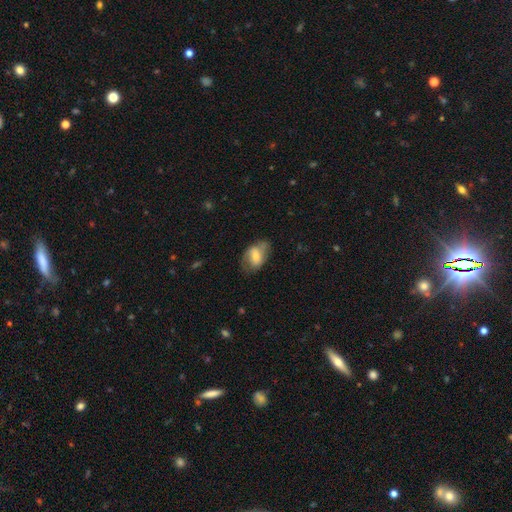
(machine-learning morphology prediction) Smooth or featured?
  - smooth: 47% *
  - featured or disk: 46%
  - star or artifact: 7%
Merging?
  - none: 56% *
  - minor disturbance: 28%
  - major disturbance: 14%
  - merger: 2%